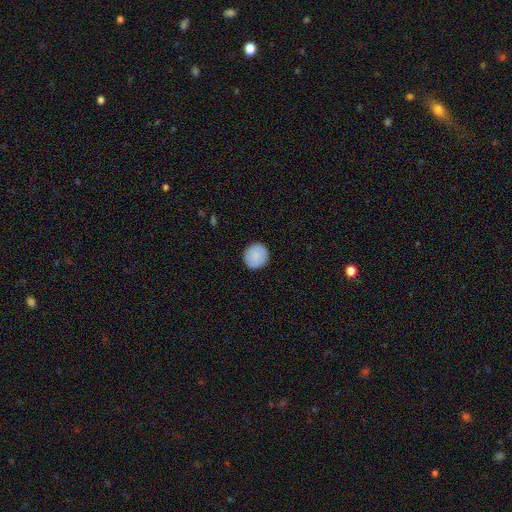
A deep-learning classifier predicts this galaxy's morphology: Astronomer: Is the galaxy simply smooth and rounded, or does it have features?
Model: smooth — 89%.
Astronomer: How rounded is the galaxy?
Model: round — 91%.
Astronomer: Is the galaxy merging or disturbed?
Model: none — 91%.